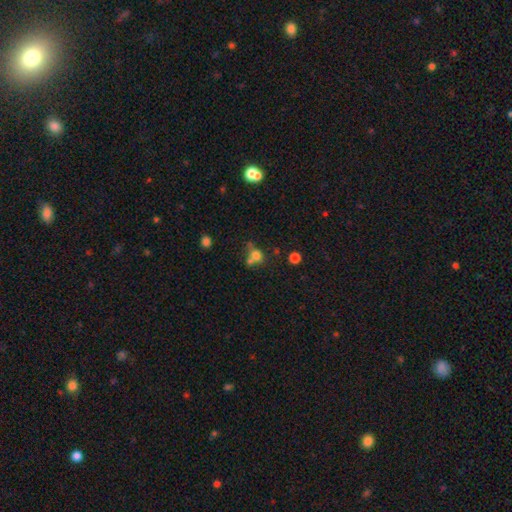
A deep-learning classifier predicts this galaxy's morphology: A smooth galaxy with no disk features (71%) that is round (78%). Merging: none (43%).